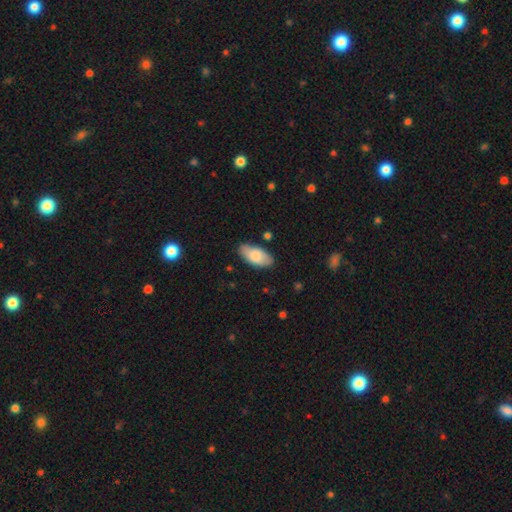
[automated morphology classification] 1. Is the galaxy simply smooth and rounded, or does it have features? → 80% smooth, 14% featured or disk, 6% star or artifact.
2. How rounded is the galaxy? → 92% in between, 5% cigar-shaped, 2% round.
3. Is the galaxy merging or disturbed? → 79% none, 17% minor disturbance, 3% major disturbance, 2% merger.